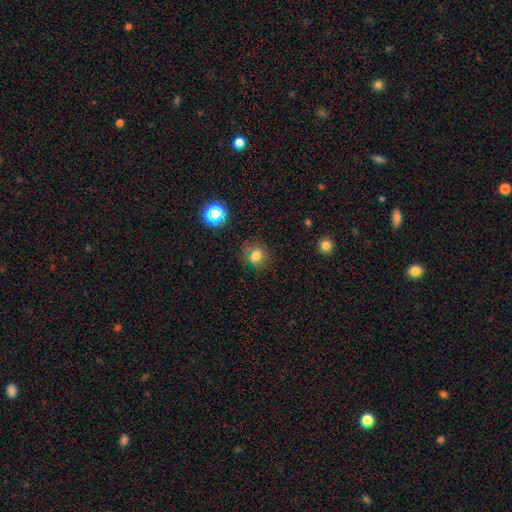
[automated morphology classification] Overall: smooth (72%). How rounded: round (81%). Merging: none (78%).